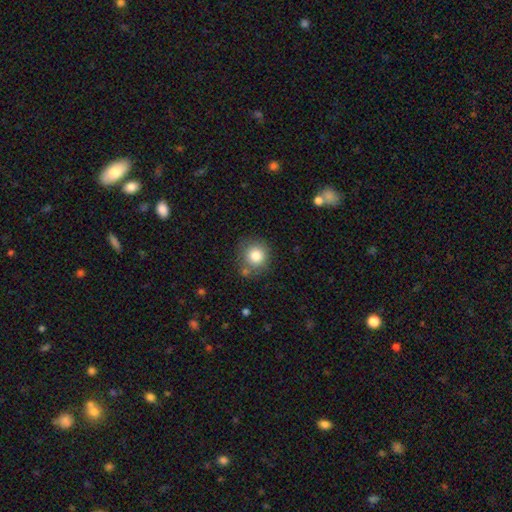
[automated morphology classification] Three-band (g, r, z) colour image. It shows a smooth galaxy with no disk features (82%) that is round (90%). Merging: none (74%).